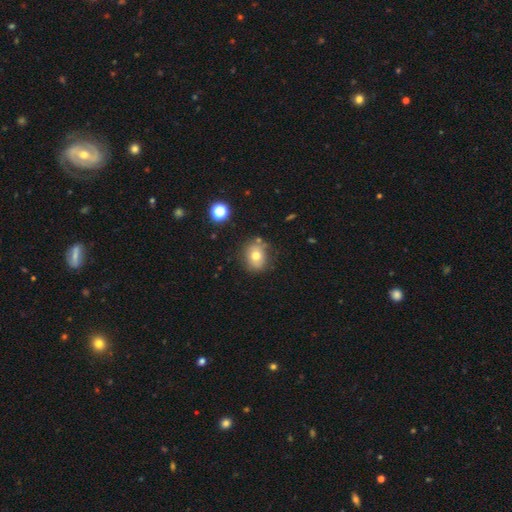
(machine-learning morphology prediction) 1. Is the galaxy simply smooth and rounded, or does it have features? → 71% smooth, 17% featured or disk, 12% star or artifact.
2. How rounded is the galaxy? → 57% round, 42% in between, 1% cigar-shaped.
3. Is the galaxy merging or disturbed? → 73% none, 17% minor disturbance, 5% merger, 4% major disturbance.